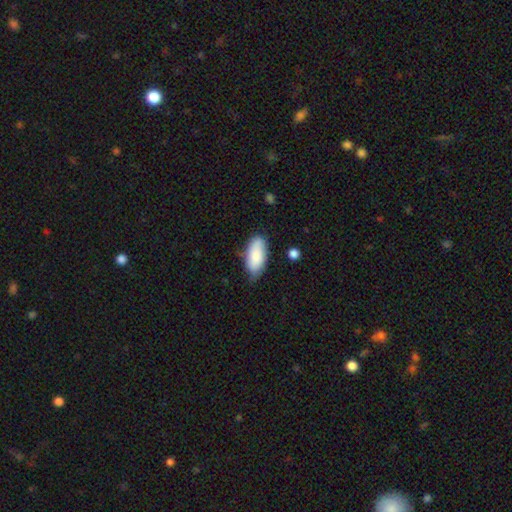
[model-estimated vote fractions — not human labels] smooth-or-featured: smooth: 82% | featured or disk: 12% | star or artifact: 6%
  how-rounded: in between: 89% | cigar-shaped: 8% | round: 2%
  merging: none: 66% | minor disturbance: 27% | major disturbance: 5% | merger: 3%